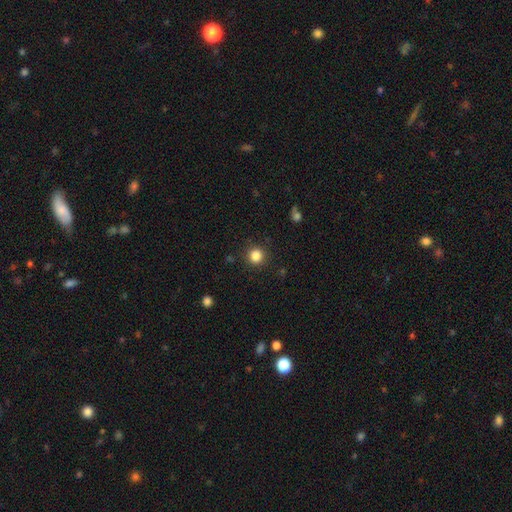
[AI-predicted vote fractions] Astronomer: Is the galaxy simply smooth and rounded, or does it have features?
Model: smooth — 84%.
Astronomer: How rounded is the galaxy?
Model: round — 93%.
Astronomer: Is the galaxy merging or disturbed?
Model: none — 90%.